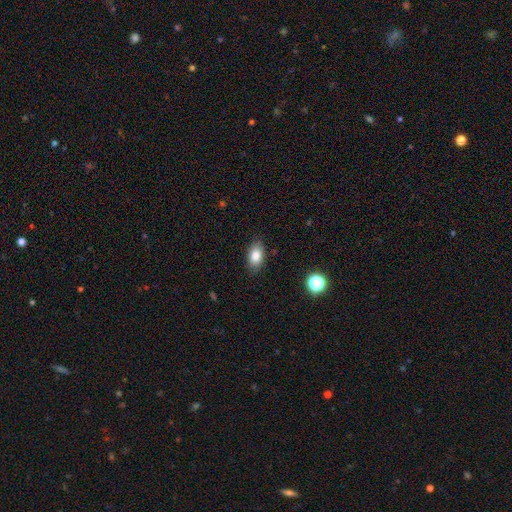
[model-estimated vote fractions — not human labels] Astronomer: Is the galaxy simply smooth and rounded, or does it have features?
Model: smooth — 83%.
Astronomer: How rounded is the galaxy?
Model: in between — 90%.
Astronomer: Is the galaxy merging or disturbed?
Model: none — 86%.